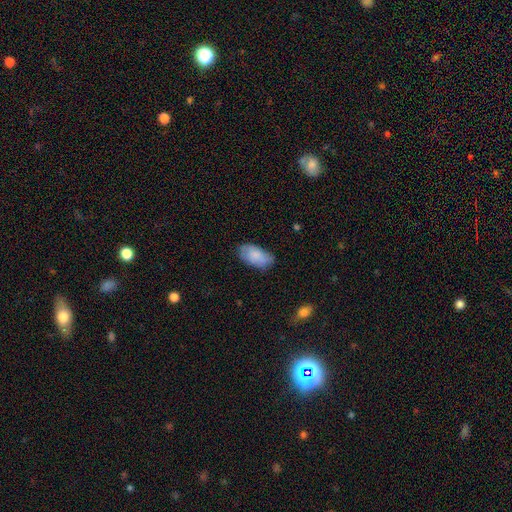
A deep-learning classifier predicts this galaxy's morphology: Q: Smooth or featured?
A: smooth (81%); runner-up: featured or disk (13%)
Q: How rounded?
A: in between (95%); runner-up: round (3%)
Q: Merging?
A: none (71%); runner-up: minor disturbance (23%)